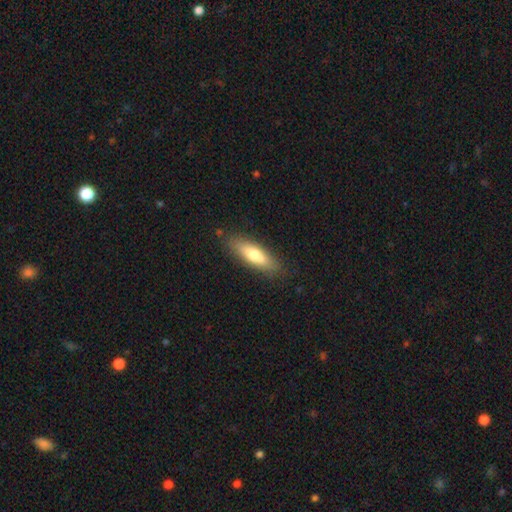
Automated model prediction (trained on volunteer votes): Smooth or featured?
  - smooth: 68% *
  - featured or disk: 26%
  - star or artifact: 6%
How rounded?
  - cigar-shaped: 51% *
  - in between: 47%
  - round: 2%
Merging?
  - none: 85% *
  - minor disturbance: 11%
  - major disturbance: 3%
  - merger: 1%